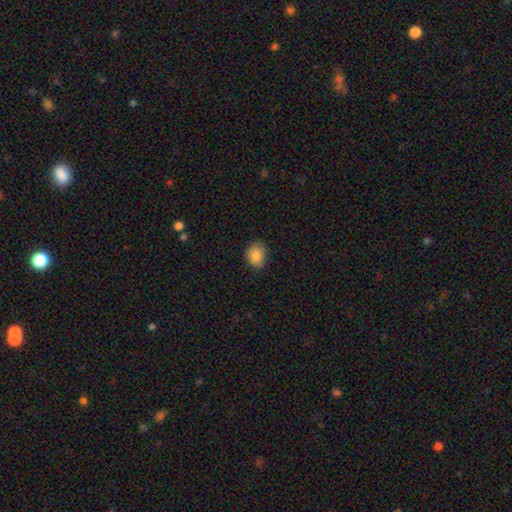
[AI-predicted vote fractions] A smooth galaxy with no disk features (84%) that is round (56%).

Vote fractions:
- Smooth or featured? smooth: 84% / star or artifact: 9% / featured or disk: 7%
- How rounded? round: 56% / in between: 43% / cigar-shaped: 1%
- Merging? none: 76% / minor disturbance: 20% / major disturbance: 3% / merger: 1%